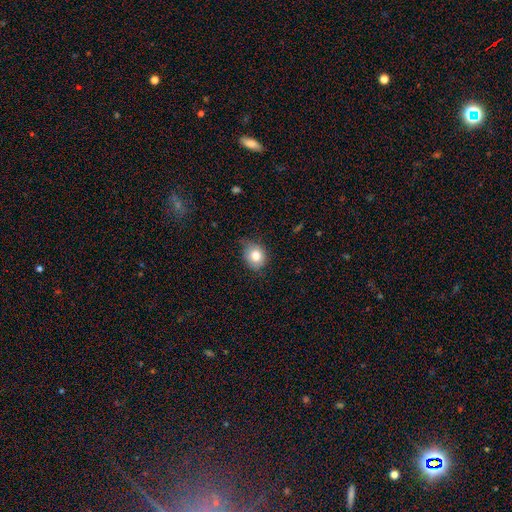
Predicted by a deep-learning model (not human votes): This is clearly a smooth galaxy (80%). How rounded: likely round (61%). Merging: likely none (67%).